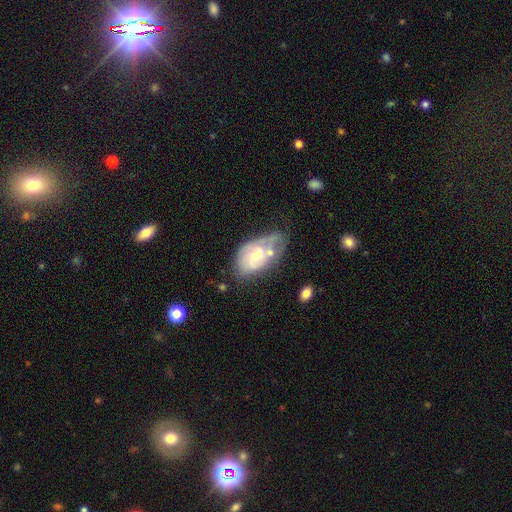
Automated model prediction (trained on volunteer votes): Q: Smooth or featured?
A: featured or disk (56%); runner-up: smooth (37%)
Q: Edge-on disk?
A: no (94%); runner-up: yes (6%)
Q: Bar?
A: no (76%); runner-up: weak (21%)
Q: Spiral arms?
A: yes (53%); runner-up: no (47%)
Q: Bulge size?
A: small (52%); runner-up: moderate (40%)
Q: Merging?
A: none (31%); runner-up: minor disturbance (29%)